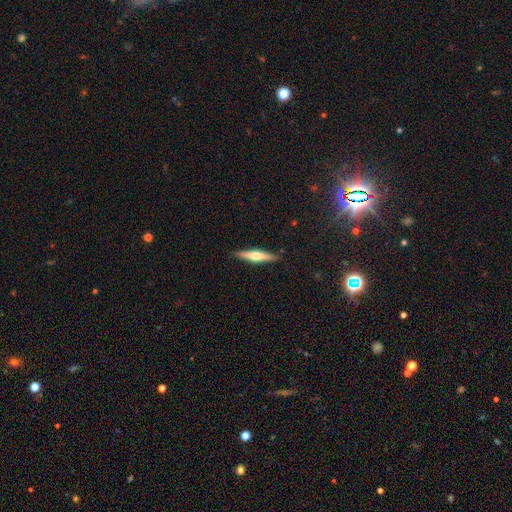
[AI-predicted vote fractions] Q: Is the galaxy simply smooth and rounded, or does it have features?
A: featured or disk — 58%.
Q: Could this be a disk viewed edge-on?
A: yes — 96%.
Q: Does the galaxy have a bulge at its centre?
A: rounded — 88%.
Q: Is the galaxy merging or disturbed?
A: none — 89%.